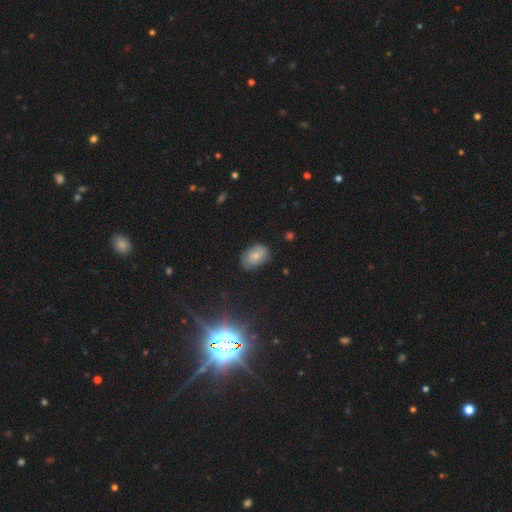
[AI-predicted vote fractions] A smooth galaxy with no disk features (57%) that is in between round and cigar-shaped (82%). Merging: none (71%).